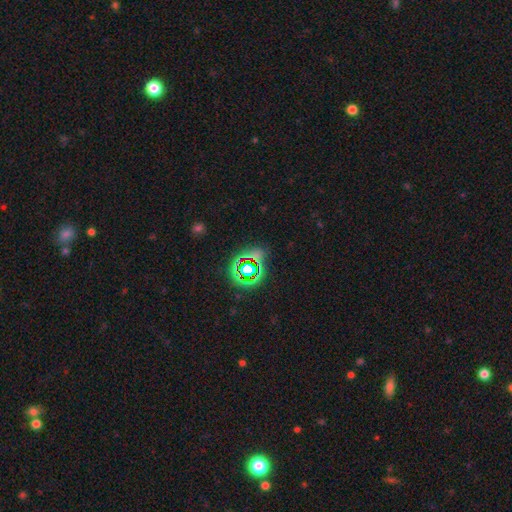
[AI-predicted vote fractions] Smooth or featured: star or artifact — 66% (smooth — 24%)